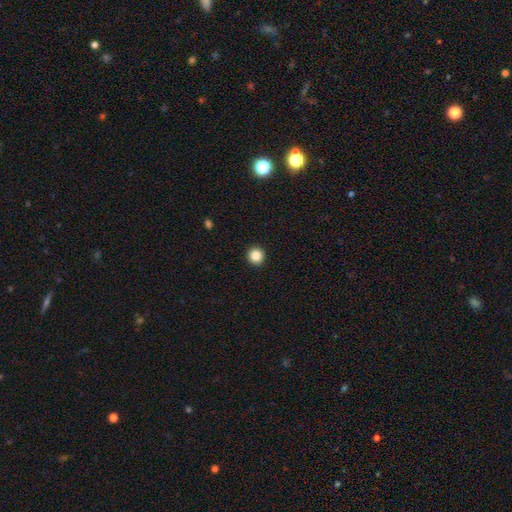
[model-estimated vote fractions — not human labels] Smooth or featured? Predicted: smooth (p=0.85). How rounded? Predicted: round (p=0.94). Merging? Predicted: none (p=0.94).